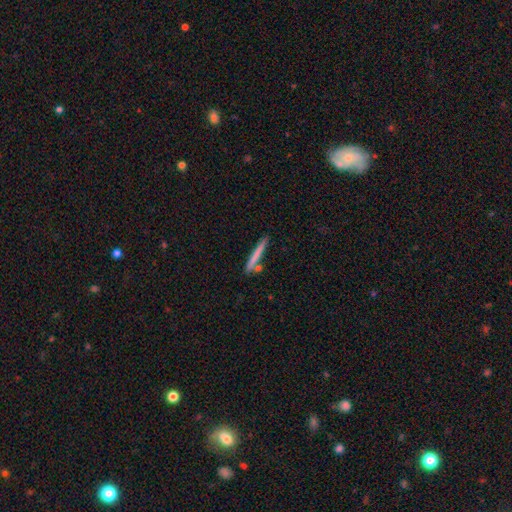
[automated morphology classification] A smooth galaxy with no disk features (70%) that is cigar-shaped (95%).

Vote fractions:
- Smooth or featured? smooth: 70% / featured or disk: 24% / star or artifact: 6%
- How rounded? cigar-shaped: 95% / in between: 3% / round: 2%
- Merging? none: 77% / minor disturbance: 11% / merger: 10% / major disturbance: 3%